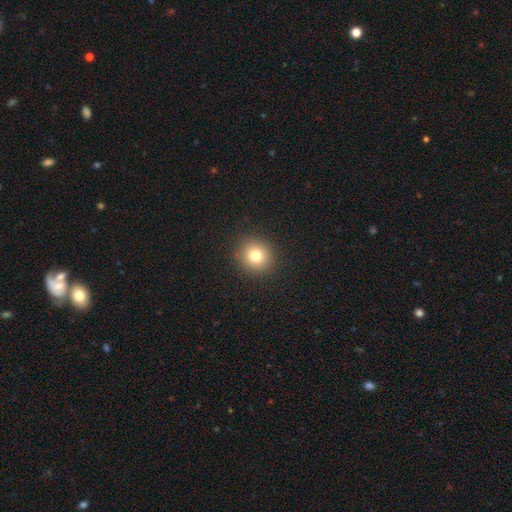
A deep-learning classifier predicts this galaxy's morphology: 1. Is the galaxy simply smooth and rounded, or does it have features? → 78% smooth, 13% star or artifact, 9% featured or disk.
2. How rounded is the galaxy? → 89% round, 10% in between, 1% cigar-shaped.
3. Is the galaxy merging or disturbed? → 91% none, 6% minor disturbance, 2% major disturbance, 1% merger.